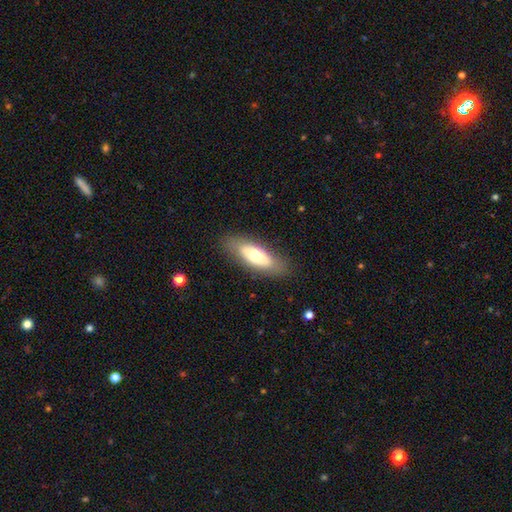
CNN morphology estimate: Smooth or featured? Predicted: smooth (p=0.60). How rounded? Predicted: in between (p=0.73). Merging? Predicted: none (p=0.83).